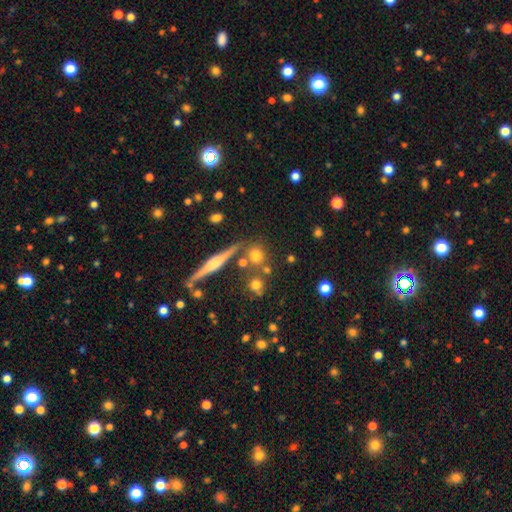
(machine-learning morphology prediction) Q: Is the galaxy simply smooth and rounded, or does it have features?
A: smooth — 67%.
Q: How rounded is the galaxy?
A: round — 77%.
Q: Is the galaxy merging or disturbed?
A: none — 69%.